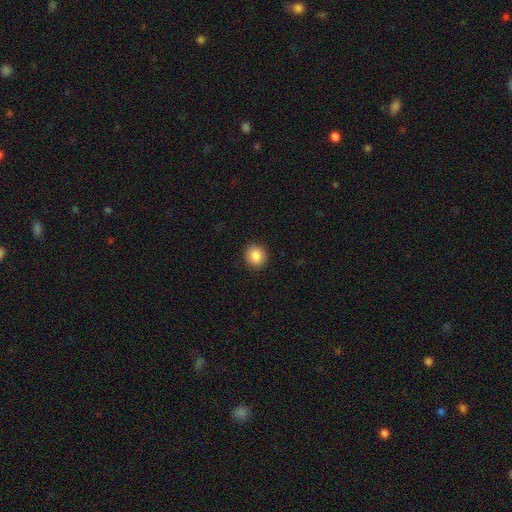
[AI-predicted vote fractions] Q: Smooth or featured?
A: smooth (87%); runner-up: star or artifact (9%)
Q: How rounded?
A: round (88%); runner-up: in between (11%)
Q: Merging?
A: none (92%); runner-up: minor disturbance (6%)